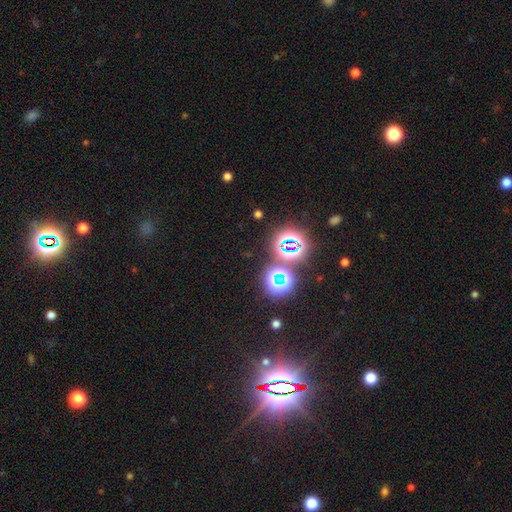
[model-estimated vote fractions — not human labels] Overall: star or artifact (77%).